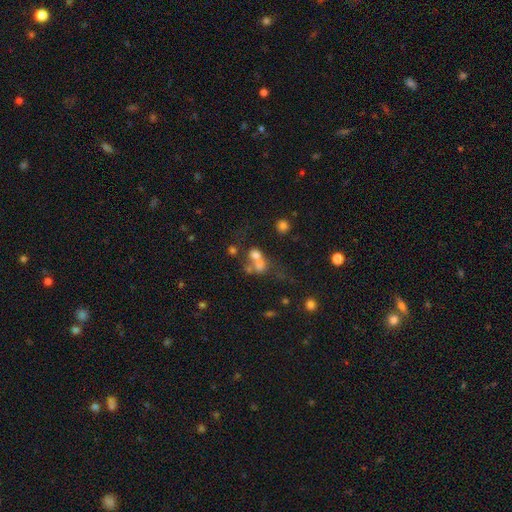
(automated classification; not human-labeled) Smooth or featured? smooth (60%)
How rounded? round (54%)
Merging? merger (60%)